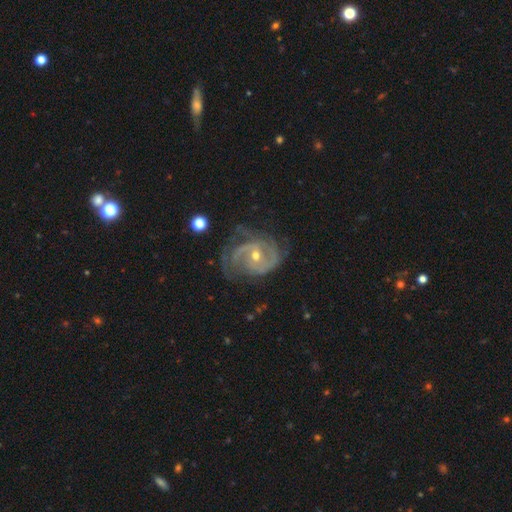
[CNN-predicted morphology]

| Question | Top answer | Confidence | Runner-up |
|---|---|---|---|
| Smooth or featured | featured or disk | 89% | smooth (6%) |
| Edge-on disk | no | 97% | yes (3%) |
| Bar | no | 46% | weak (39%) |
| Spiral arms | yes | 96% | no (4%) |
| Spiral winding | tight | 45% | medium (42%) |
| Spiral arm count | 2 | 46% | 3 (21%) |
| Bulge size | small | 52% | moderate (45%) |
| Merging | none | 58% | minor disturbance (24%) |